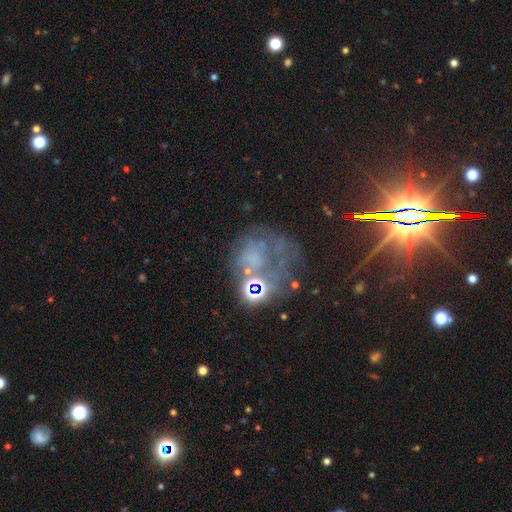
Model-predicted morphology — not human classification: smooth_or_featured: featured or disk (p=0.47) [alt: star or artifact p=0.38]
merging: none (p=0.35) [alt: major disturbance p=0.29]